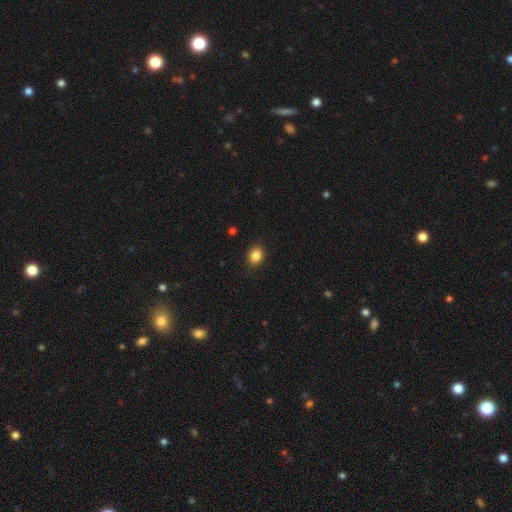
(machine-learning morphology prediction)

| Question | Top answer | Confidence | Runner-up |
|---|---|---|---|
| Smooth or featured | smooth | 86% | star or artifact (10%) |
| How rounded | round | 54% | in between (45%) |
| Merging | none | 87% | minor disturbance (10%) |